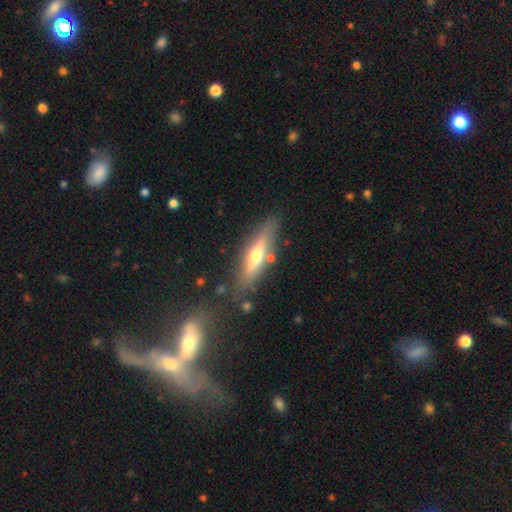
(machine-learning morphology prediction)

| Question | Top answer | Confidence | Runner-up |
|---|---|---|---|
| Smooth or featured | featured or disk | 52% | smooth (41%) |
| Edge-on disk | yes | 85% | no (15%) |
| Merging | none | 75% | minor disturbance (14%) |